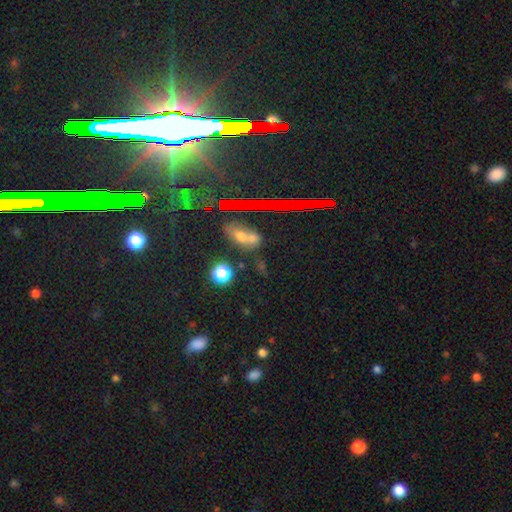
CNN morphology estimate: Q: Smooth or featured?
A: star or artifact (69%); runner-up: featured or disk (17%)